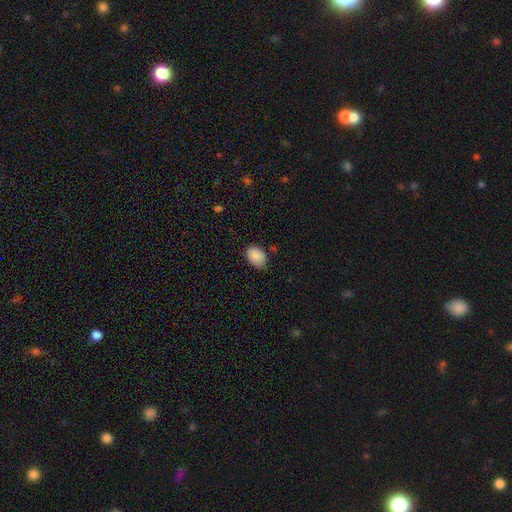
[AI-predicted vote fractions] This is clearly a smooth galaxy (88%). How rounded: likely in between (77%). Merging: likely none (75%).